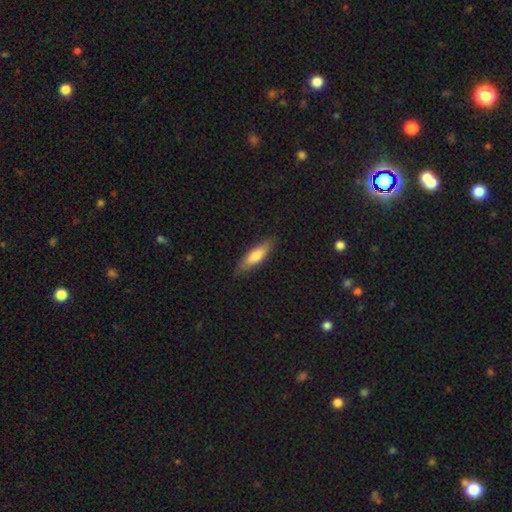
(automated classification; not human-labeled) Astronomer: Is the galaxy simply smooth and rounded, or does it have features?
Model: smooth — 72%.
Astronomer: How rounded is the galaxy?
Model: cigar-shaped — 57% (runner-up: in between, 41%).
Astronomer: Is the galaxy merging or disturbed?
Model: none — 85%.